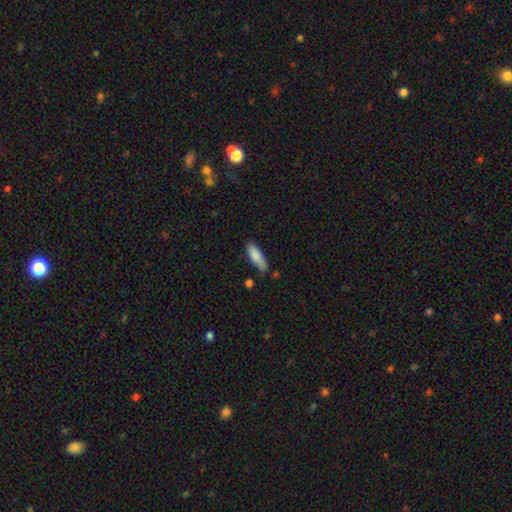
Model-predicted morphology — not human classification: Overall: smooth (83%). How rounded: in between (58%; cigar-shaped 40%). Merging: none (69%).